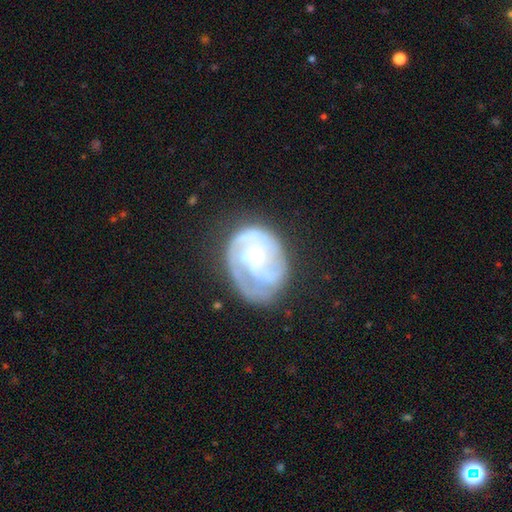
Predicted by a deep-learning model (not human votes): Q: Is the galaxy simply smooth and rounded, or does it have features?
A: featured or disk — 79%.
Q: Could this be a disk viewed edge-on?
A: no — 98%.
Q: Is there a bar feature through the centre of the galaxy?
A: no — 66%.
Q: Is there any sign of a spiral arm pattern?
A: yes — 91%.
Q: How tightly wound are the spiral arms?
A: tight — 60%.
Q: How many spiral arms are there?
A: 2 — 33%.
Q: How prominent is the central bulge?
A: small — 57%.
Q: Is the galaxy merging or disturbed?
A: none — 57%.